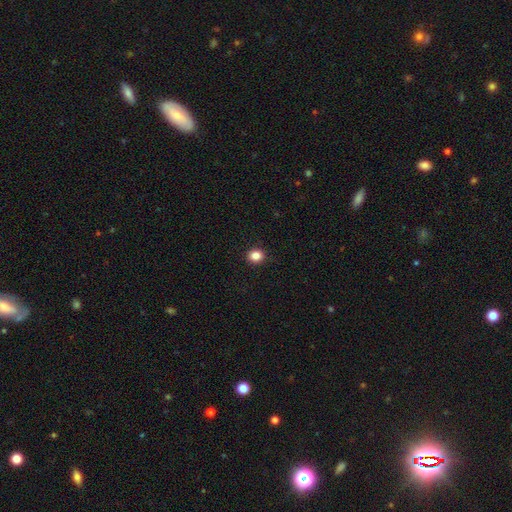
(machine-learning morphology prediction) This is clearly a smooth galaxy (85%). How rounded: likely round (78%). Merging: clearly none (92%).